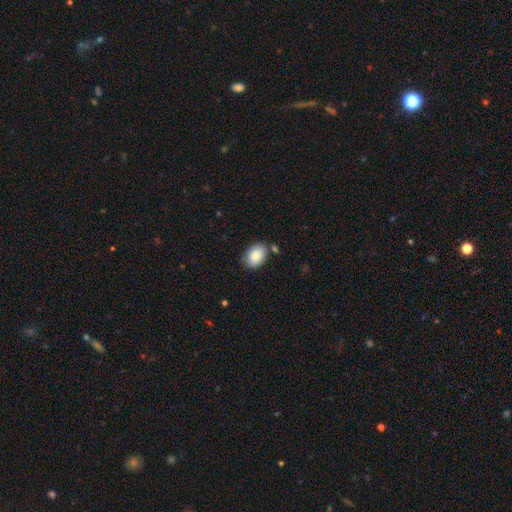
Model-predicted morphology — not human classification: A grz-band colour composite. It shows a smooth galaxy with no disk features (86%) that is in between round and cigar-shaped (82%). Merging: none (75%).